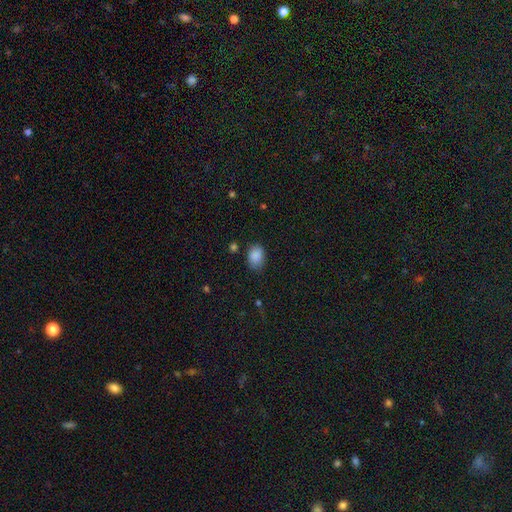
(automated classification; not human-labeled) This appears to be a smooth galaxy with no disk features (86%) that is in between round and cigar-shaped (74%). Merging: none (72%).